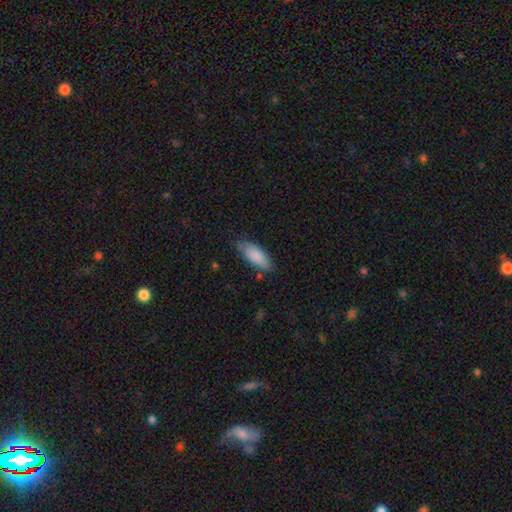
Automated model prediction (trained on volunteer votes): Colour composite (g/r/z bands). It shows a smooth galaxy with no disk features (85%) that is in between round and cigar-shaped (83%). Merging: none (70%).